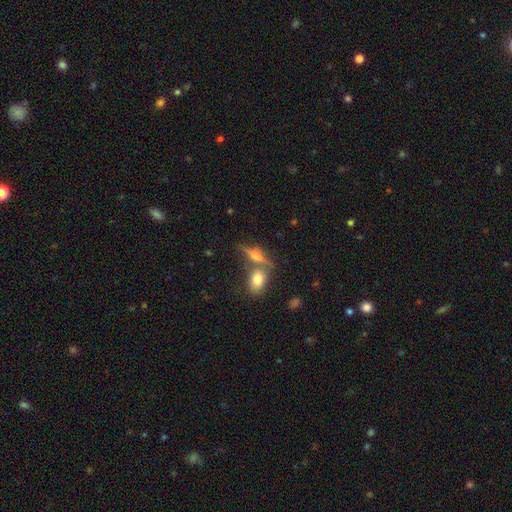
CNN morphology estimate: Smooth or featured?
  - featured or disk: 56% *
  - smooth: 33%
  - star or artifact: 11%
Edge-on disk?
  - yes: 90% *
  - no: 10%
Edge-on bulge?
  - rounded: 93% *
  - boxy: 5%
  - none: 3%
Merging?
  - none: 61% *
  - merger: 24%
  - minor disturbance: 11%
  - major disturbance: 4%